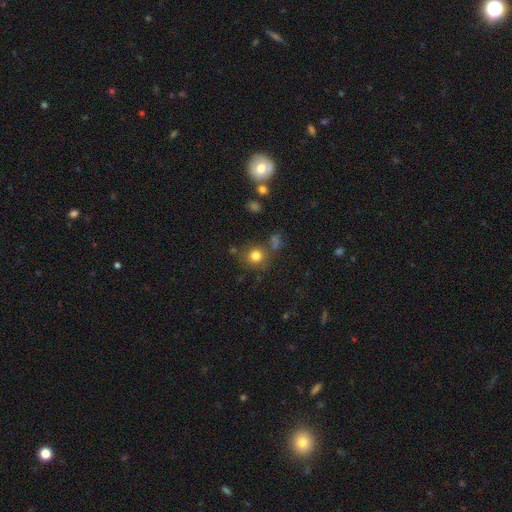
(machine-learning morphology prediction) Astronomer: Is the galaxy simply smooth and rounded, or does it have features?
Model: smooth — 78%.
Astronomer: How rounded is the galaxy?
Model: round — 88%.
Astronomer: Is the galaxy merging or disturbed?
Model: none — 74%.